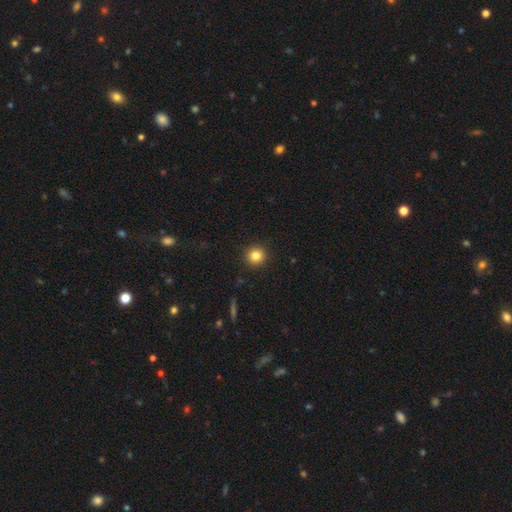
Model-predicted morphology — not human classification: smooth-or-featured: smooth: 83% | star or artifact: 11% | featured or disk: 6%
  how-rounded: round: 95% | in between: 4% | cigar-shaped: 1%
  merging: none: 92% | minor disturbance: 5% | major disturbance: 2% | merger: 1%